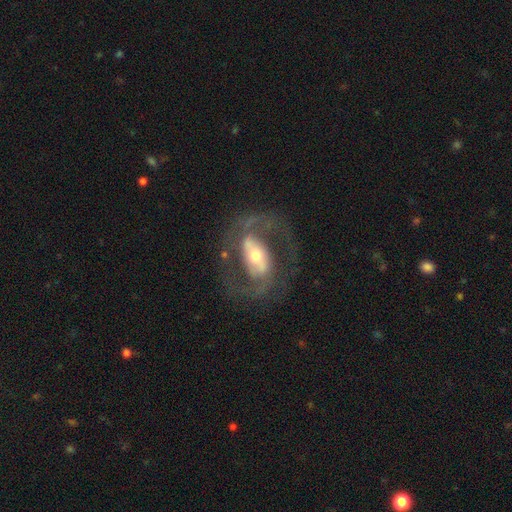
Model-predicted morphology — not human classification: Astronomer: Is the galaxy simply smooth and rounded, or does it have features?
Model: featured or disk — 82%.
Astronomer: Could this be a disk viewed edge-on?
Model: no — 95%.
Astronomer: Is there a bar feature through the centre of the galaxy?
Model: strong — 47% (runner-up: weak, 30%).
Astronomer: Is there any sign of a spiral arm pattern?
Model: yes — 81%.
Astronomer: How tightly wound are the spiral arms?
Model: medium — 54%.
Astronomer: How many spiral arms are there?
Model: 2 — 86%.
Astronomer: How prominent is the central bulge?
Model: moderate — 58%.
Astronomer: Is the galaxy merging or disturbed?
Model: none — 70%.